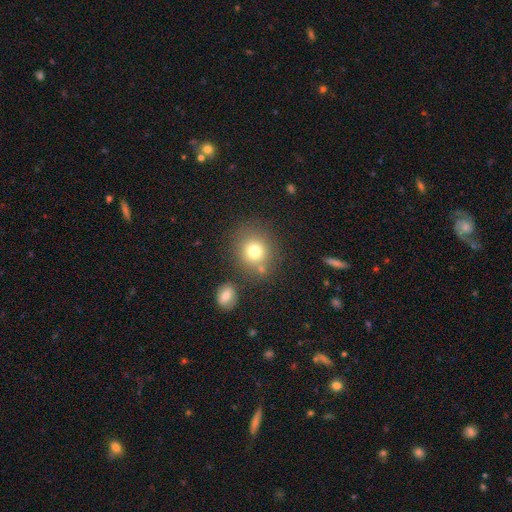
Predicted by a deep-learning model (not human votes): This is likely a smooth galaxy (68%). How rounded: clearly round (88%). Merging: likely none (79%).